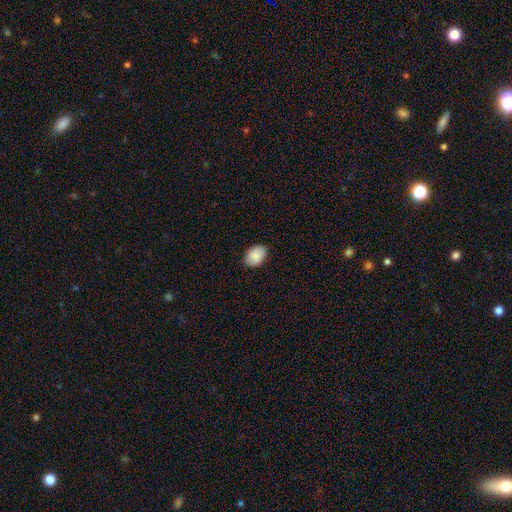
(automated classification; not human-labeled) Overall: smooth (88%). How rounded: in between (79%). Merging: none (85%).